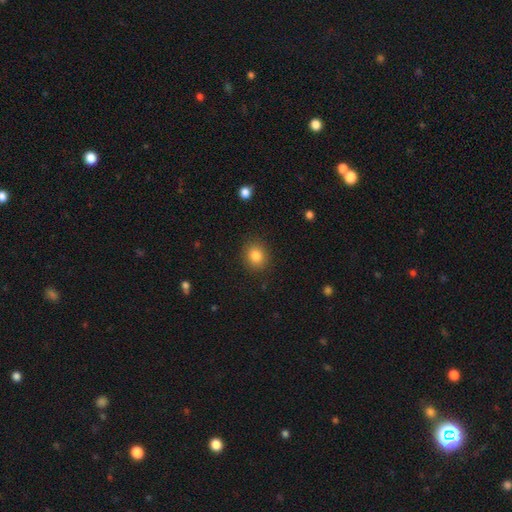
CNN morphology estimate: Smooth or featured? Predicted: smooth (p=0.84). How rounded? Predicted: round (p=0.69). Merging? Predicted: none (p=0.88).